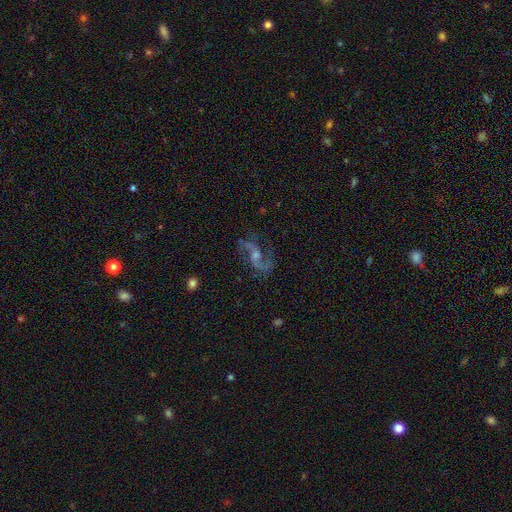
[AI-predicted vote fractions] featured or disk 86%, star or artifact 8%, smooth 6%. Down the decision tree: edge-on disk — no (96%); bar — no (46%); spiral arms — yes (96%); spiral arm count — 2 (91%); spiral winding — loose (59%); bulge size — small (45%); merging — none (71%).